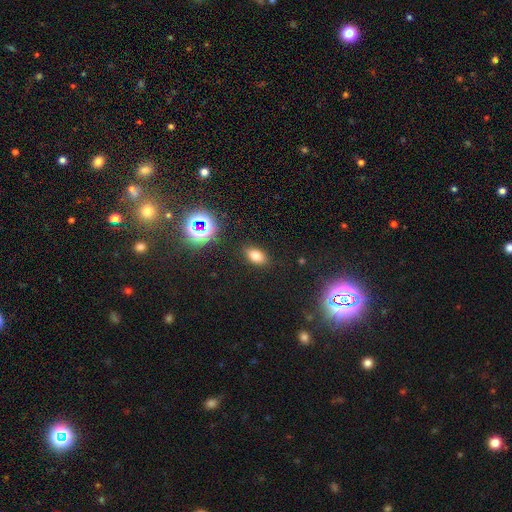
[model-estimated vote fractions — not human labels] smooth 74%, star or artifact 18%, featured or disk 8%. Down the decision tree: how rounded — in between (88%); merging — none (86%).